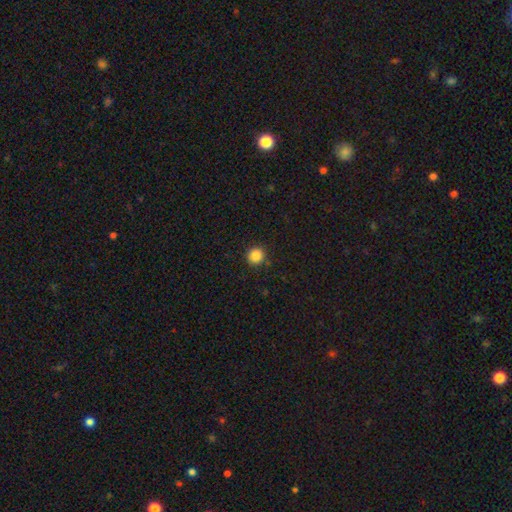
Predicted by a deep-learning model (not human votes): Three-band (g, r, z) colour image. It shows a smooth galaxy with no disk features (86%) that is round (91%). Merging: none (90%).